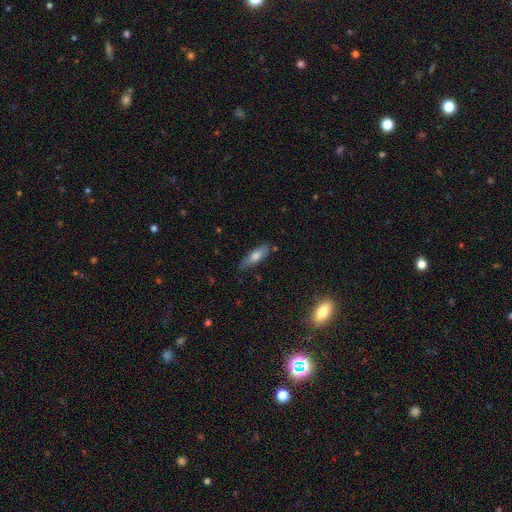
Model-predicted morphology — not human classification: smooth-or-featured: smooth: 67% | featured or disk: 26% | star or artifact: 7%
  how-rounded: cigar-shaped: 56% | in between: 41% | round: 2%
  merging: none: 78% | minor disturbance: 17% | major disturbance: 3% | merger: 2%